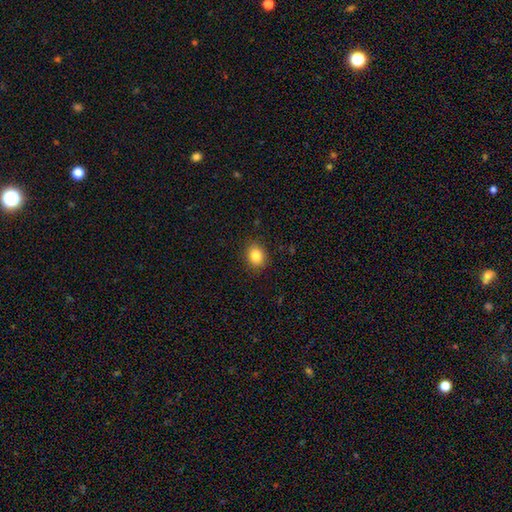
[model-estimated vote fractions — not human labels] This appears to be a smooth galaxy with no disk features (84%) that is round (51%). Merging: none (89%).